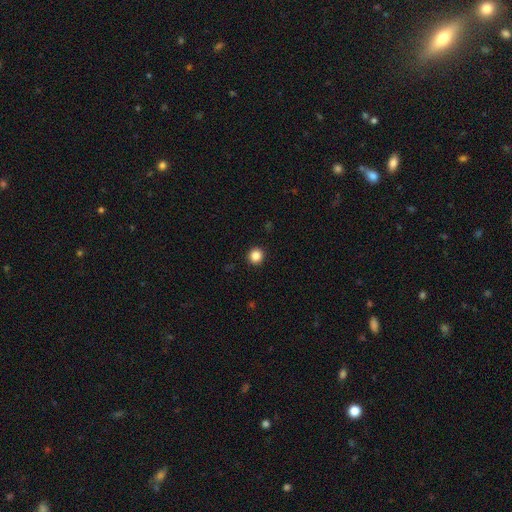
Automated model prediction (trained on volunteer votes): Q: Smooth or featured?
A: smooth (86%); runner-up: star or artifact (11%)
Q: How rounded?
A: round (94%); runner-up: in between (5%)
Q: Merging?
A: none (93%); runner-up: minor disturbance (4%)